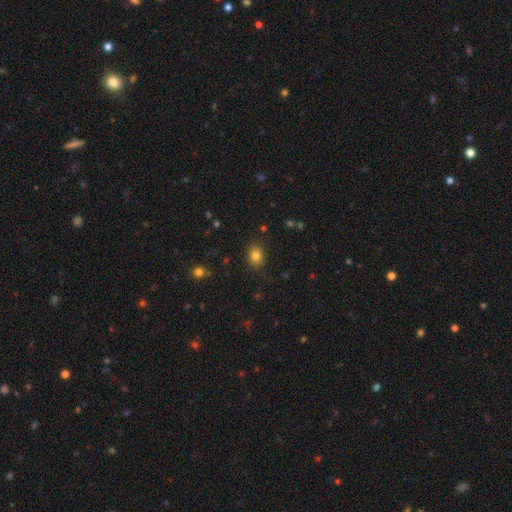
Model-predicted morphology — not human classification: smooth-or-featured: smooth: 81% | star or artifact: 12% | featured or disk: 7%
  how-rounded: in between: 52% | round: 47% | cigar-shaped: 1%
  merging: none: 86% | minor disturbance: 10% | major disturbance: 3% | merger: 1%